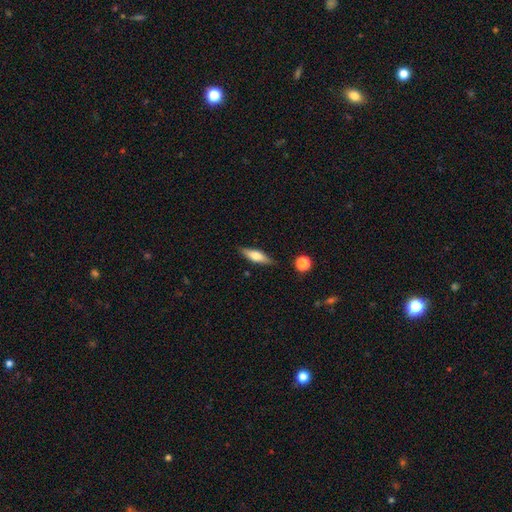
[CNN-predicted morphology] Smooth or featured? Predicted: smooth (p=0.58). How rounded? Predicted: cigar-shaped (p=0.55). Merging? Predicted: none (p=0.84).